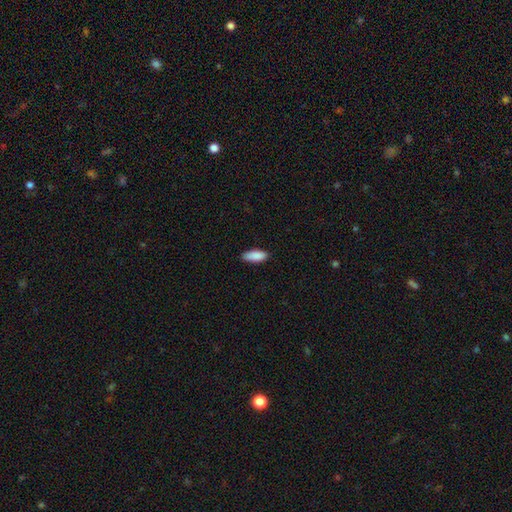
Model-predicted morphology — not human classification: Smooth or featured? smooth (89%)
How rounded? in between (75%)
Merging? none (85%)